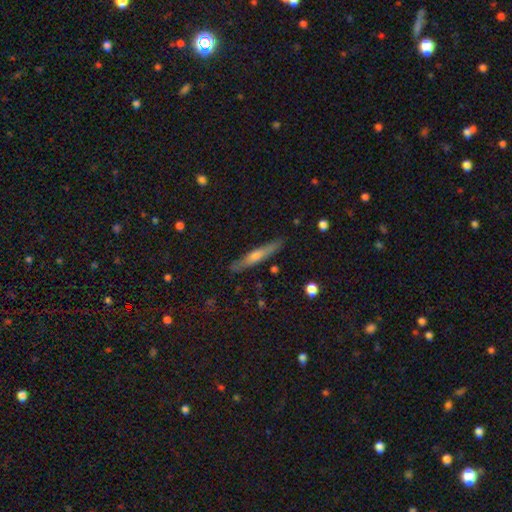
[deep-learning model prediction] Morphology: type=featured or disk (53%); edge-on=yes (94%); merging=none (87%).